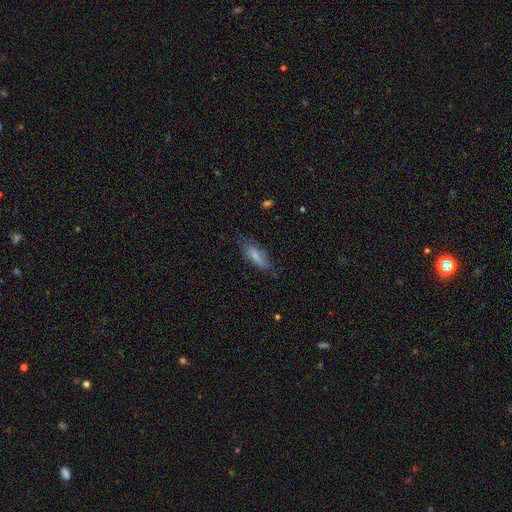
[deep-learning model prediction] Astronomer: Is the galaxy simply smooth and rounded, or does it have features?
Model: smooth — 71%.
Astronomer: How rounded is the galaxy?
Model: in between — 58% (runner-up: cigar-shaped, 40%).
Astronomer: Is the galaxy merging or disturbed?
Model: none — 61%.